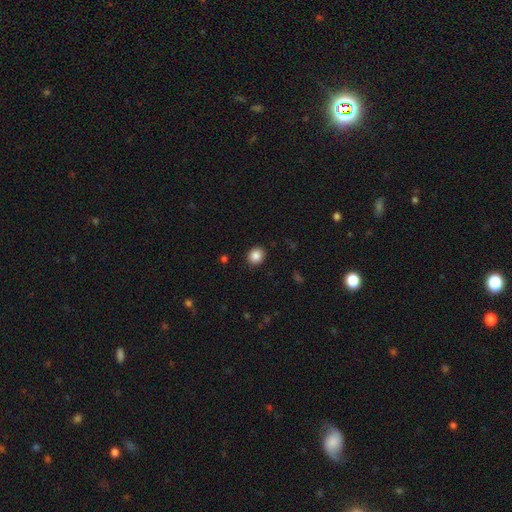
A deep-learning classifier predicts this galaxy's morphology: This is clearly a smooth galaxy (87%). How rounded: likely round (70%). Merging: clearly none (91%).